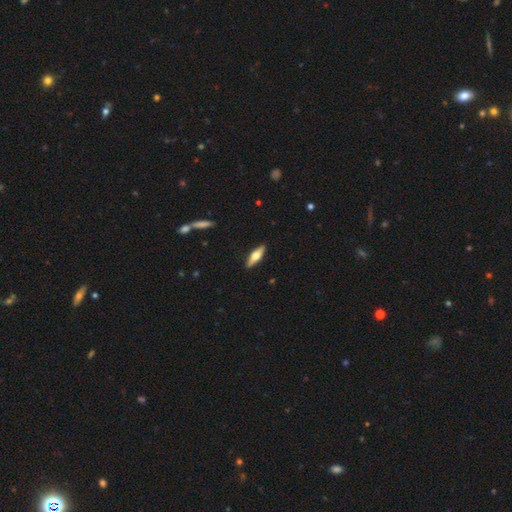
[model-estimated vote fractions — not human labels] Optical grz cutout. It shows a smooth galaxy with no disk features (50%). Merging: none (89%).